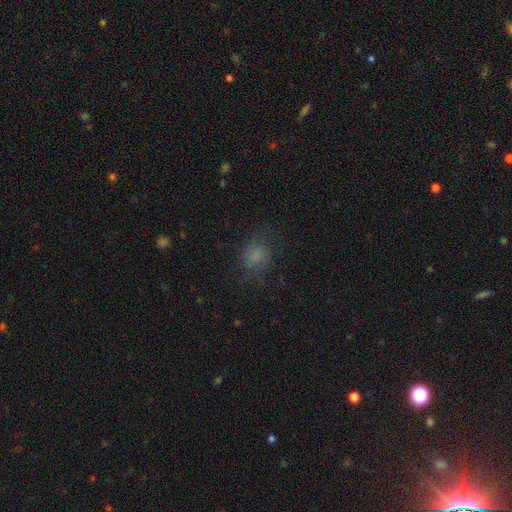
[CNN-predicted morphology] This appears to be a smooth galaxy with no disk features (65%) that is round (51%). Merging: none (65%).